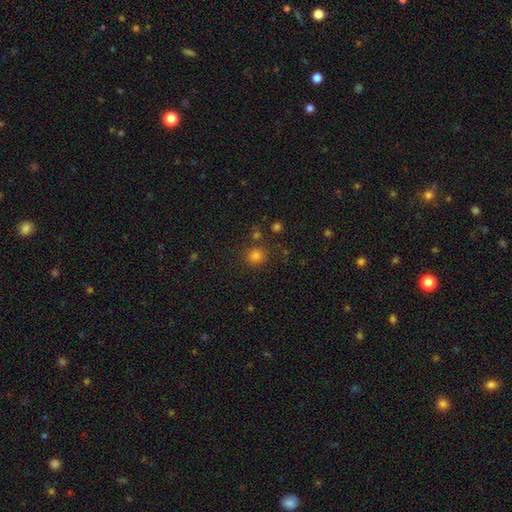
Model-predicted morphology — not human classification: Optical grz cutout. It shows a smooth galaxy with no disk features (78%) that is round (91%). Merging: none (82%).